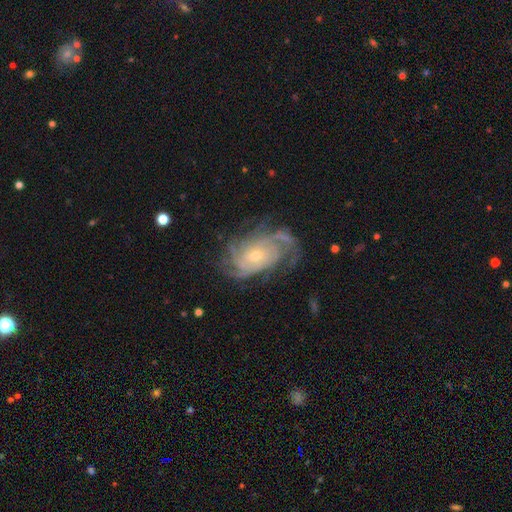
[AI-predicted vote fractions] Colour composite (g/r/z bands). It shows a featured or disk galaxy (89%) with no bar (70%), 4 (26%) tight (60%) spiral arms (97%) and a small central bulge (60%). Merging: none (68%).